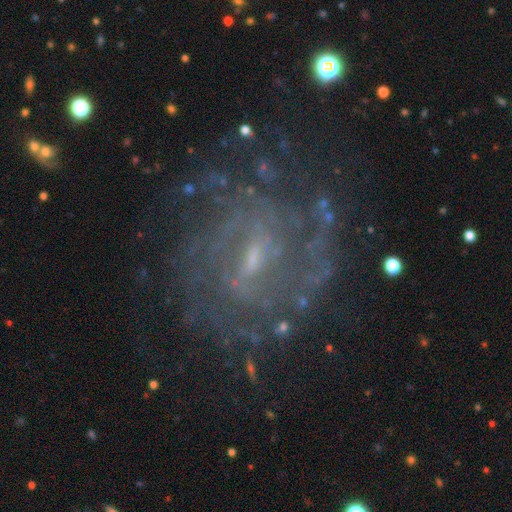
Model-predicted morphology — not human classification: smooth-or-featured: featured or disk: 82% | star or artifact: 11% | smooth: 7%
  disk-edge-on: no: 97% | yes: 3%
    bar: weak: 54% | strong: 26% | no: 20%
    has-spiral-arms: yes: 92% | no: 8%
      spiral-winding: tight: 54% | medium: 35% | loose: 11%
      spiral-arm-count: can't tell: 39% | 2: 26% | 3: 13% | 4: 9% | more than 4: 7% | 1: 7%
    bulge-size: small: 69% | moderate: 19% | none: 10% | large: 1% | dominant: 1%
  merging: none: 74% | minor disturbance: 14% | major disturbance: 10% | merger: 2%